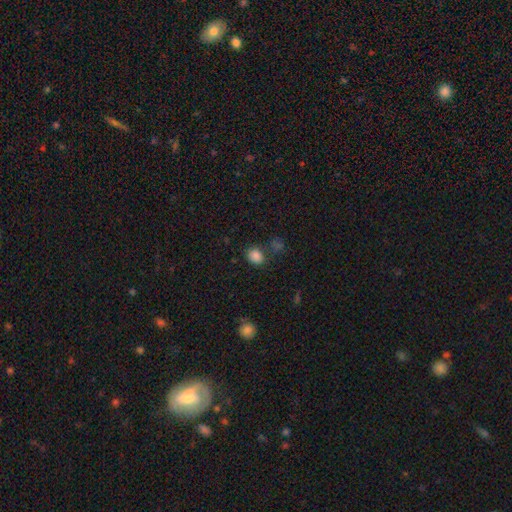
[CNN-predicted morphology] Smooth or featured?
  - smooth: 83% *
  - star or artifact: 13%
  - featured or disk: 4%
How rounded?
  - round: 57% *
  - in between: 42%
  - cigar-shaped: 1%
Merging?
  - none: 72% *
  - minor disturbance: 13%
  - merger: 11%
  - major disturbance: 5%